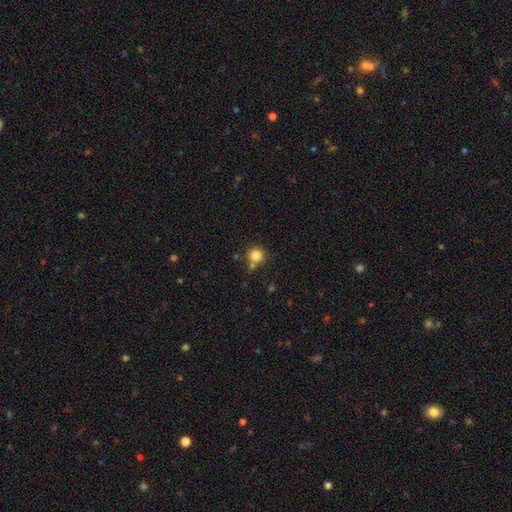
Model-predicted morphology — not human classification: smooth 83%, star or artifact 11%, featured or disk 6%. Down the decision tree: how rounded — round (93%); merging — none (74%).